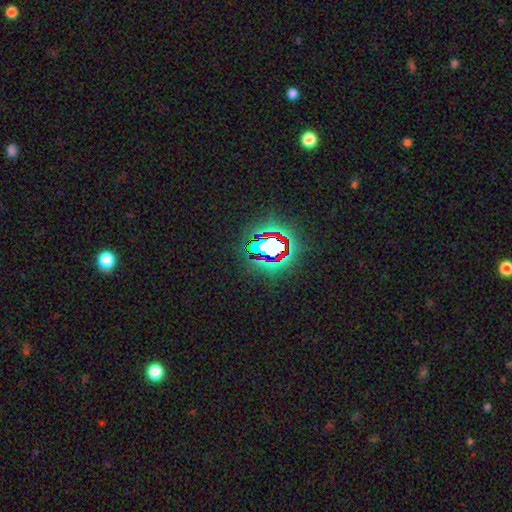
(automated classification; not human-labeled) This appears to be a star or artifact, not a galaxy (82%).